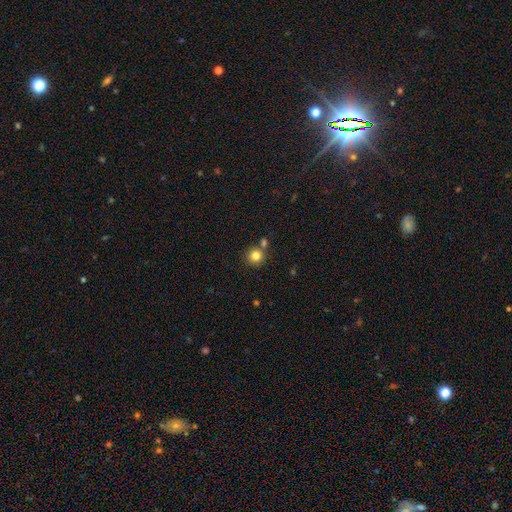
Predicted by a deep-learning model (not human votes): Smooth or featured? Predicted: smooth (p=0.82). How rounded? Predicted: round (p=0.93). Merging? Predicted: none (p=0.73).